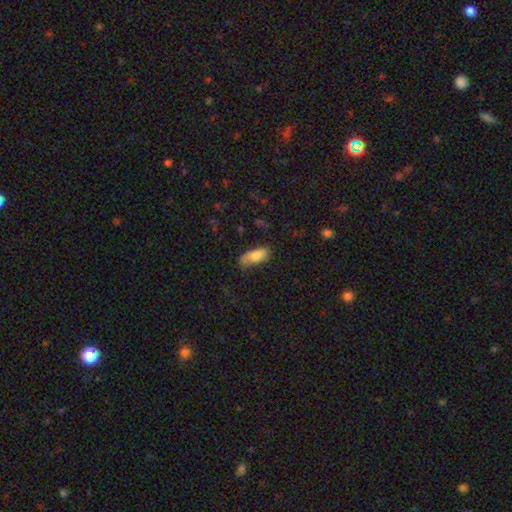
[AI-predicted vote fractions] Smooth or featured? Predicted: smooth (p=0.80). How rounded? Predicted: in between (p=0.76). Merging? Predicted: none (p=0.62).